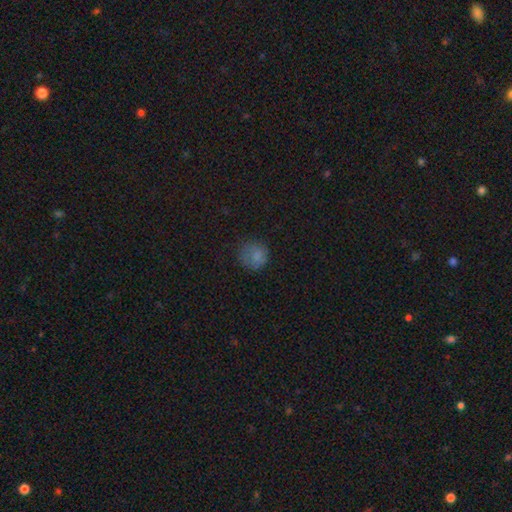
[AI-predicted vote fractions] Smooth or featured? Predicted: smooth (p=0.76). How rounded? Predicted: round (p=0.86). Merging? Predicted: none (p=0.68).